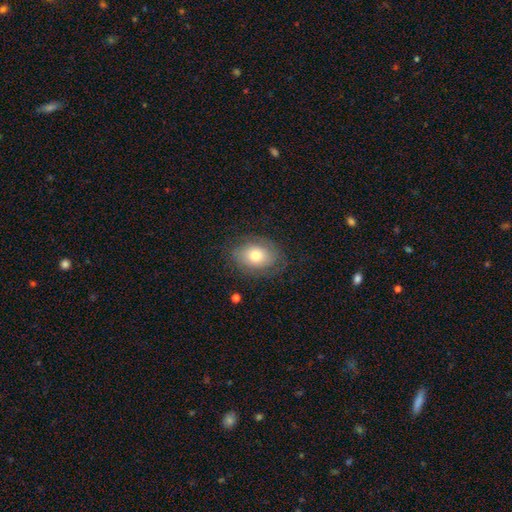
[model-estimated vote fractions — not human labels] Q: Smooth or featured?
A: smooth (67%); runner-up: featured or disk (25%)
Q: How rounded?
A: in between (68%); runner-up: round (31%)
Q: Merging?
A: none (76%); runner-up: minor disturbance (16%)